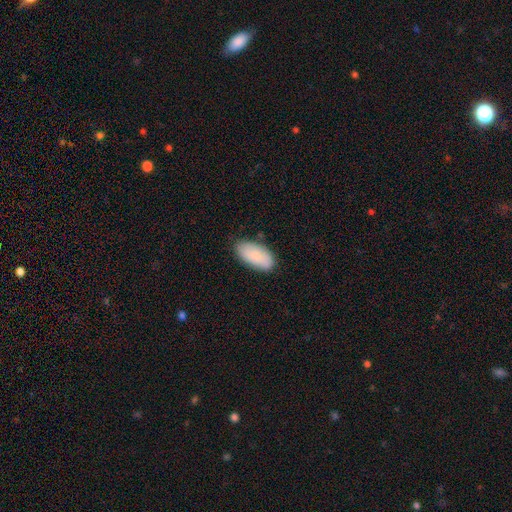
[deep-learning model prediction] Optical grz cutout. It shows a smooth galaxy with no disk features (85%) that is in between round and cigar-shaped (93%). Merging: none (80%).